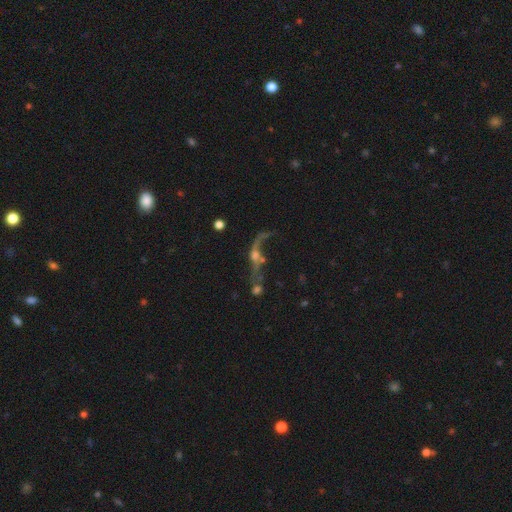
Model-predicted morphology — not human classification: A featured or disk galaxy (66%). Merging: major disturbance (32%).